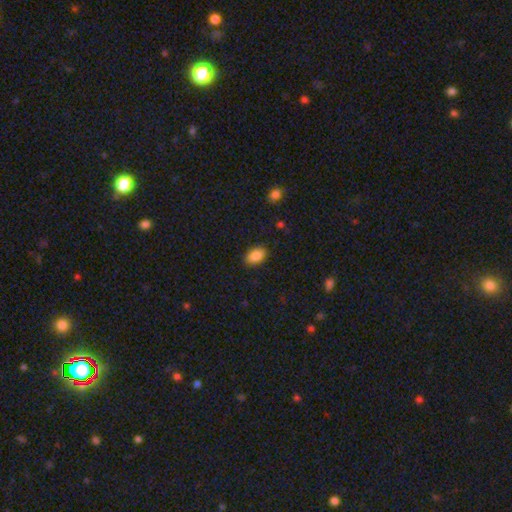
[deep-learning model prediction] This is clearly a smooth galaxy (86%). How rounded: clearly in between (89%). Merging: clearly none (86%).